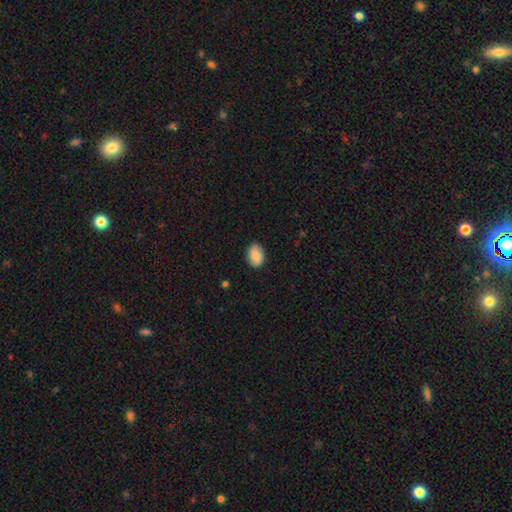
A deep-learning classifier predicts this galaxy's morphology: type=smooth (88%); roundness=in between (81%); merging=none (88%).